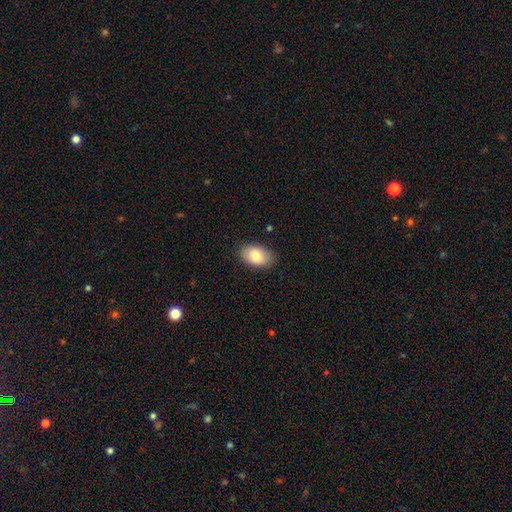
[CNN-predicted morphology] This appears to be a smooth galaxy with no disk features (82%) that is in between round and cigar-shaped (90%). Merging: none (87%).